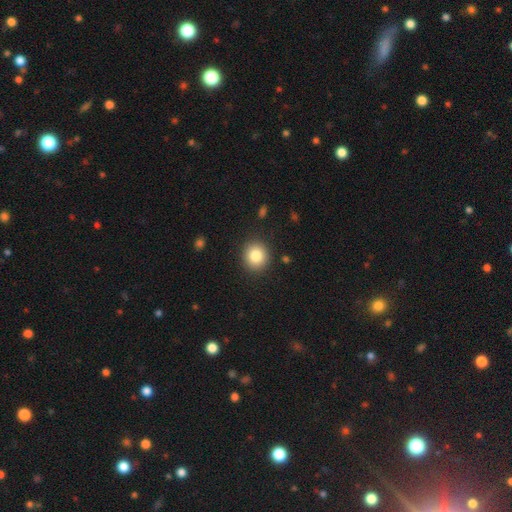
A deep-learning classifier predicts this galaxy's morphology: smooth-or-featured: smooth: 83% | star or artifact: 10% | featured or disk: 8%
  how-rounded: round: 87% | in between: 13% | cigar-shaped: 1%
  merging: none: 90% | minor disturbance: 7% | major disturbance: 2% | merger: 1%